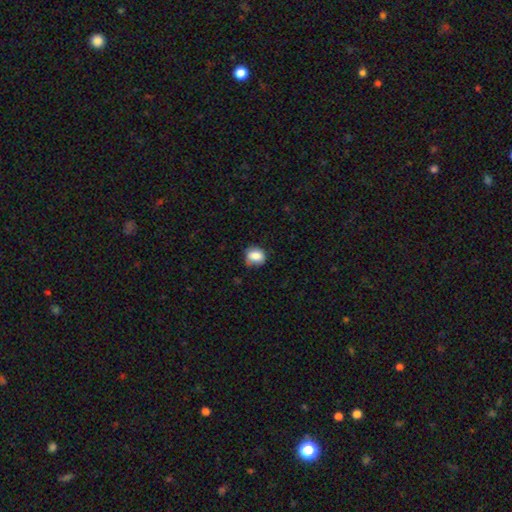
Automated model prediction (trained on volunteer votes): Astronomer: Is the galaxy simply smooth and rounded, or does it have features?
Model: smooth — 83%.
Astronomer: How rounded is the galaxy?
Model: round — 60% (runner-up: in between, 39%).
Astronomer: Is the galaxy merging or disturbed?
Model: none — 63%.